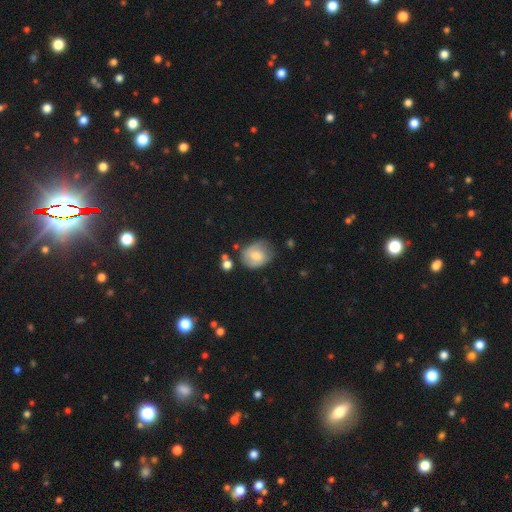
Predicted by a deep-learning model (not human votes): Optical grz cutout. It shows a smooth galaxy with no disk features (65%) that is round (60%). Merging: none (60%).